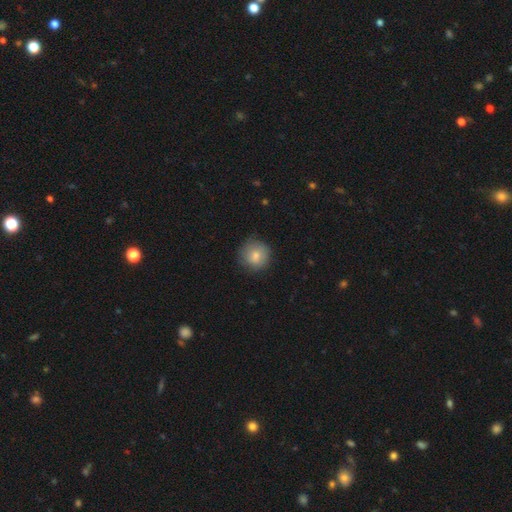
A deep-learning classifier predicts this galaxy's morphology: smooth 80%, featured or disk 11%, star or artifact 8%. Down the decision tree: how rounded — round (93%); merging — none (82%).